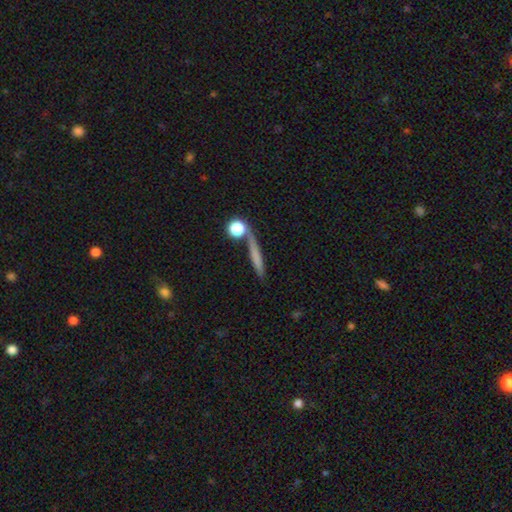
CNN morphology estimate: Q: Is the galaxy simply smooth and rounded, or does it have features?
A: smooth — 62%.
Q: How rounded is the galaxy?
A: cigar-shaped — 79%.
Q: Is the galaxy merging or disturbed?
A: none — 69%.